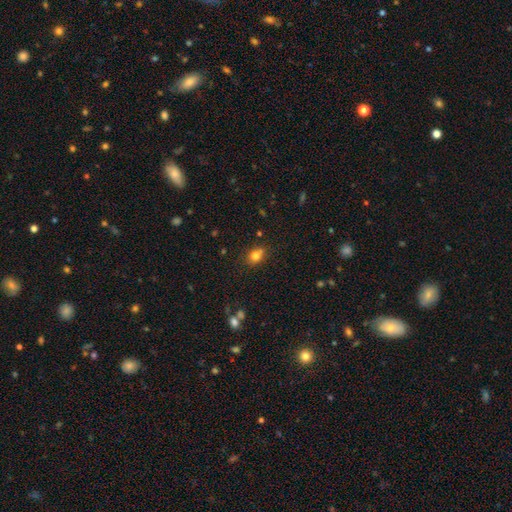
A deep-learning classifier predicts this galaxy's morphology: Smooth or featured?
  - smooth: 79% *
  - star or artifact: 13%
  - featured or disk: 9%
How rounded?
  - round: 51% *
  - in between: 48%
  - cigar-shaped: 1%
Merging?
  - none: 68% *
  - minor disturbance: 17%
  - merger: 11%
  - major disturbance: 4%